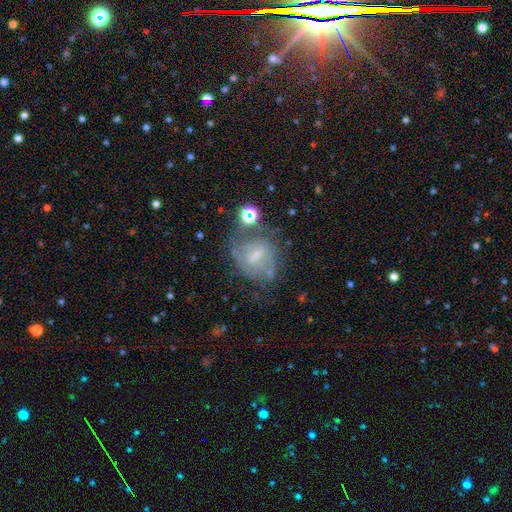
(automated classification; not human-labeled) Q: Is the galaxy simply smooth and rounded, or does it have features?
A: featured or disk — 55%.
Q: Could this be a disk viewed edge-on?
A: no — 95%.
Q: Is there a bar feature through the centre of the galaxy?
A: weak — 51%.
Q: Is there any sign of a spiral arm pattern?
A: yes — 57%.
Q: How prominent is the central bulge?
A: small — 44%.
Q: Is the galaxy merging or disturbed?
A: none — 49%.